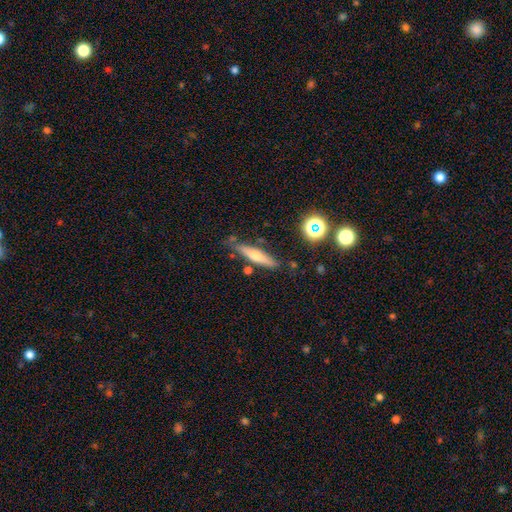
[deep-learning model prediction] Smooth or featured?
  - smooth: 46% *
  - featured or disk: 45%
  - star or artifact: 9%
Merging?
  - none: 77% *
  - minor disturbance: 14%
  - merger: 5%
  - major disturbance: 3%